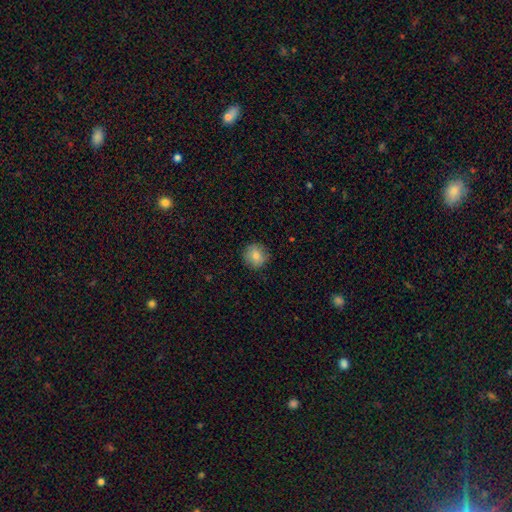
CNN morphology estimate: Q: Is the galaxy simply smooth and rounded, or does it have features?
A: smooth — 79%.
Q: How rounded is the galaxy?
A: round — 92%.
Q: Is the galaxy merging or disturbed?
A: none — 86%.